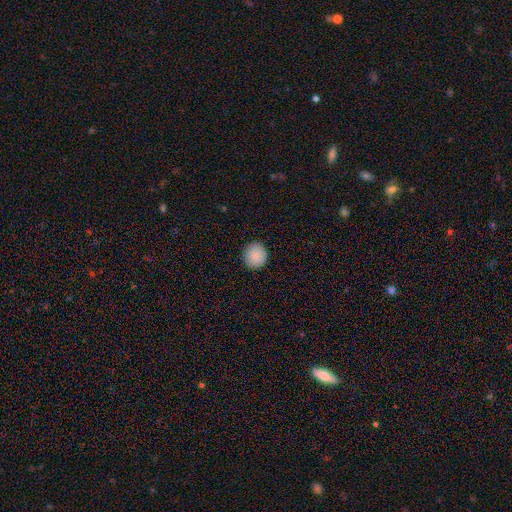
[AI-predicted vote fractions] Overall: smooth (87%). How rounded: round (92%). Merging: none (90%).